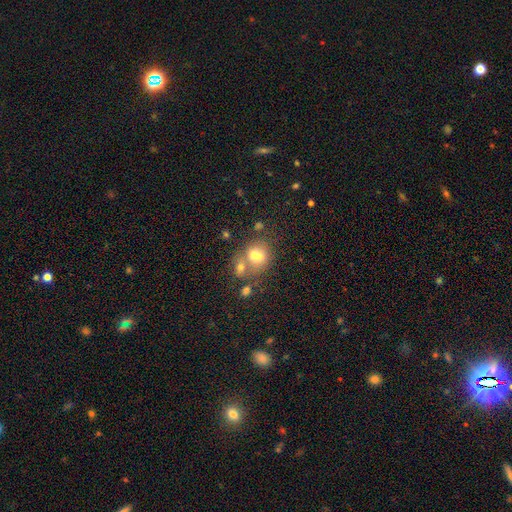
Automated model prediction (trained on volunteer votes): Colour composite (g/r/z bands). It shows a smooth galaxy with no disk features (62%) that is round (56%). Merging: merger (59%).